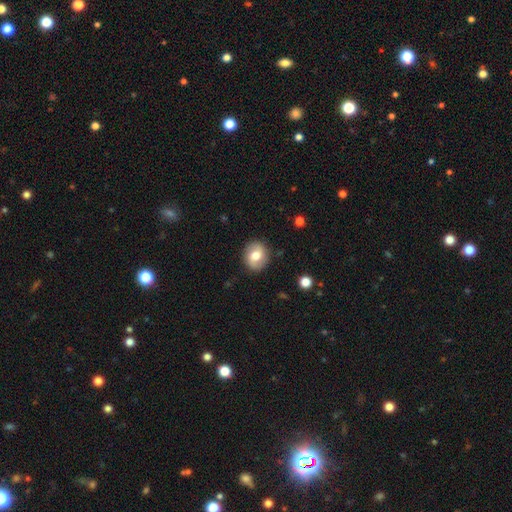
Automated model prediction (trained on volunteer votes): Overall: smooth (62%; featured or disk 30%). How rounded: round (68%; in between 31%). Merging: none (86%).